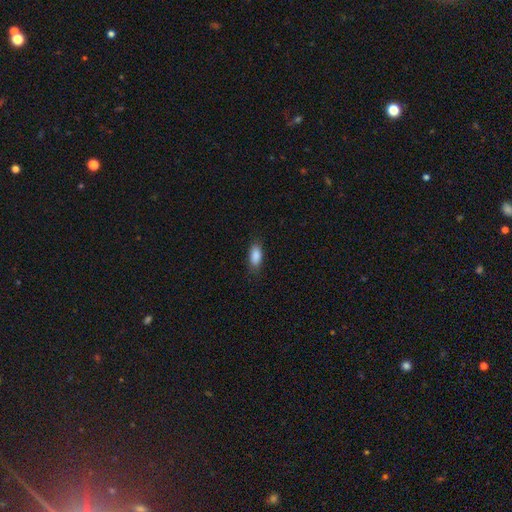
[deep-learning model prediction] Smooth or featured? smooth (88%)
How rounded? in between (87%)
Merging? none (83%)